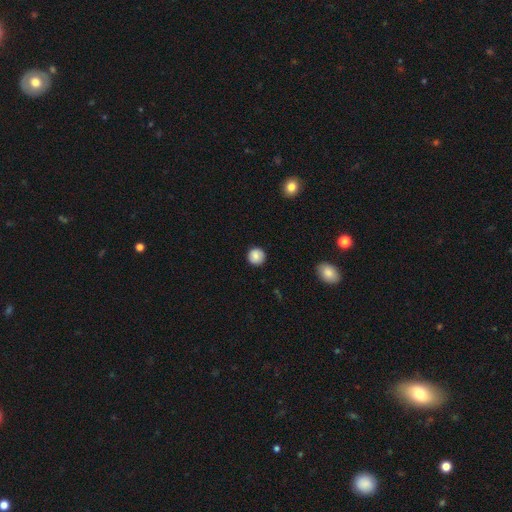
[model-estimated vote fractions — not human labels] smooth 85%, star or artifact 8%, featured or disk 6%. Down the decision tree: how rounded — round (94%); merging — none (90%).